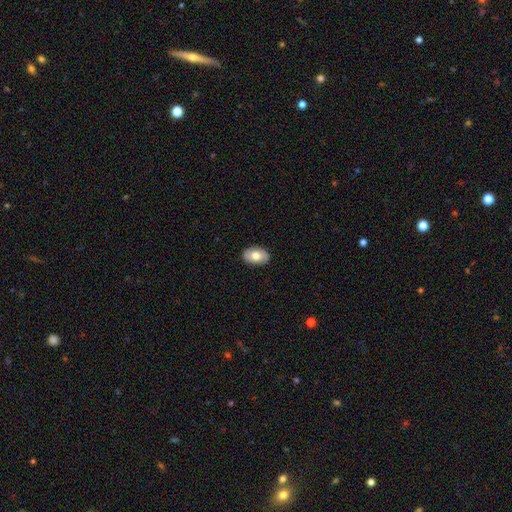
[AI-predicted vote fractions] This appears to be a smooth galaxy with no disk features (73%) that is in between round and cigar-shaped (90%). Merging: none (88%).